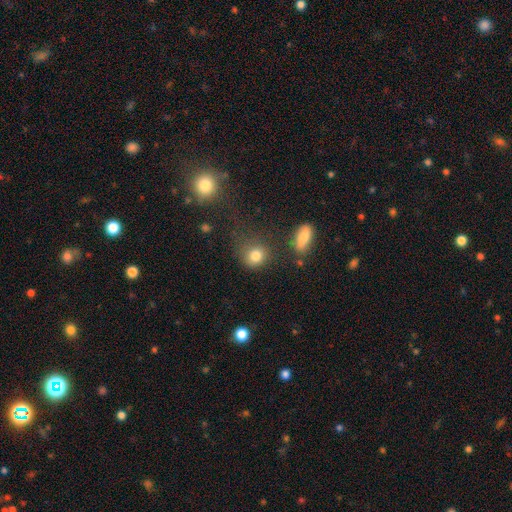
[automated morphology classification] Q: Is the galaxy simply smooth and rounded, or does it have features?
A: smooth — 81%.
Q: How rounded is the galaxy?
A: round — 78%.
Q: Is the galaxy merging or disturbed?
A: none — 67%.